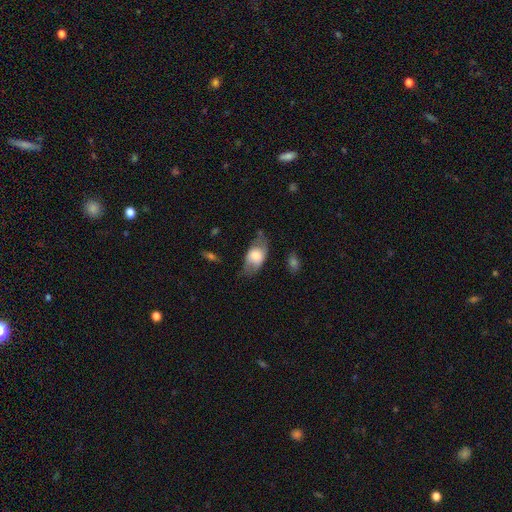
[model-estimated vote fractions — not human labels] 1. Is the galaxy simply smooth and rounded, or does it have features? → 63% smooth, 31% featured or disk, 7% star or artifact.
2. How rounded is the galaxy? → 91% in between, 6% round, 3% cigar-shaped.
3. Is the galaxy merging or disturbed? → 60% none, 27% minor disturbance, 10% major disturbance, 3% merger.